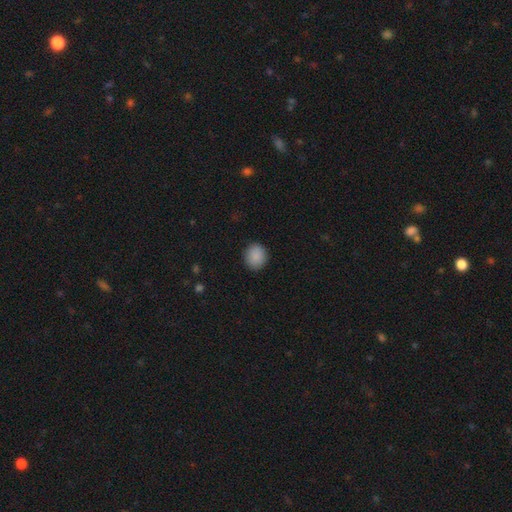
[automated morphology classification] smooth 89%, star or artifact 8%, featured or disk 3%. Down the decision tree: how rounded — round (78%); merging — none (90%).